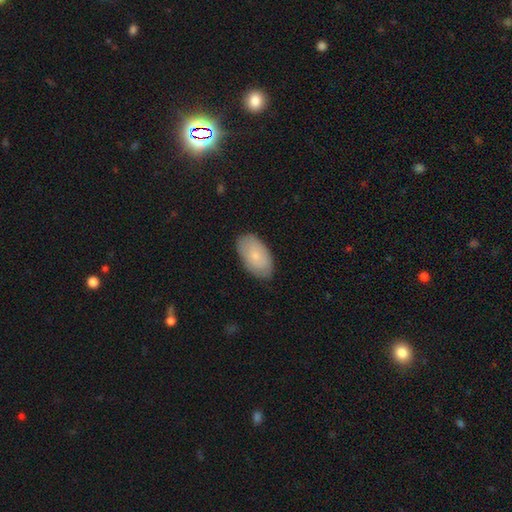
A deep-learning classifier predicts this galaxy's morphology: This is likely a smooth galaxy (76%). How rounded: clearly in between (95%). Merging: clearly none (82%).